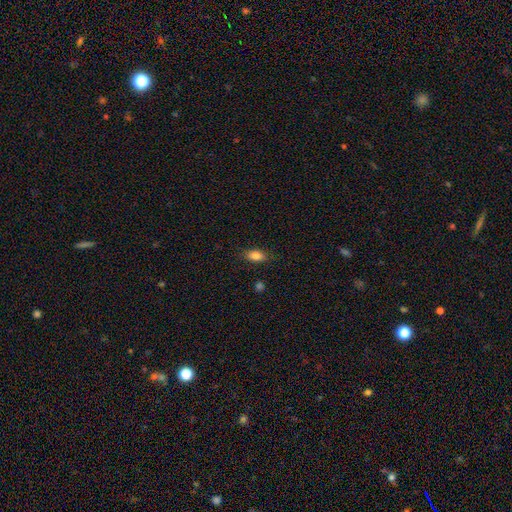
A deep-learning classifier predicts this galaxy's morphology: This is clearly a smooth galaxy (84%). How rounded: clearly in between (87%). Merging: clearly none (85%).